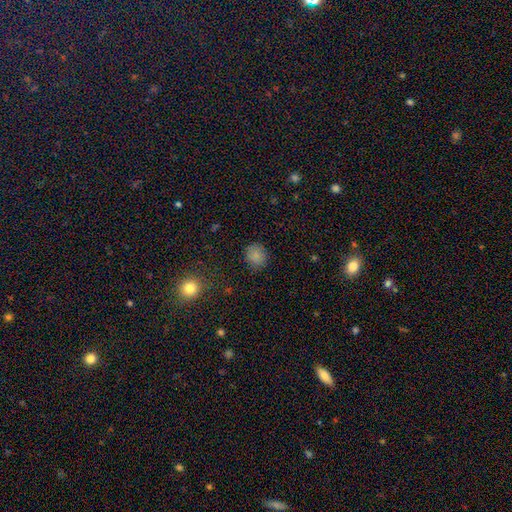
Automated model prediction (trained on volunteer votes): Smooth or featured: smooth — 84% (star or artifact — 11%)
How rounded: round — 76% (in between — 23%)
Merging: none — 86% (minor disturbance — 10%)